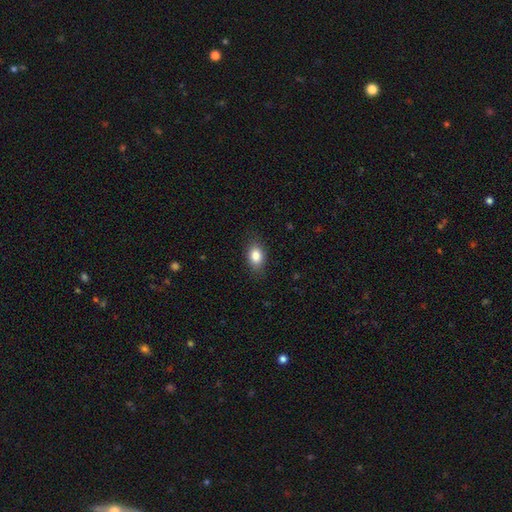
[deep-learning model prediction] Overall: smooth (85%). How rounded: in between (81%). Merging: none (82%).